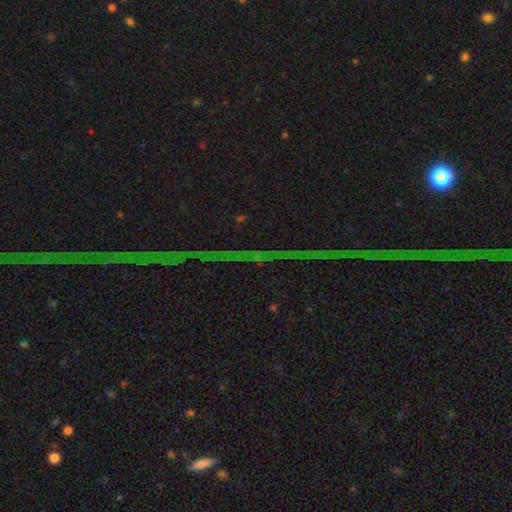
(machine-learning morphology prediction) Smooth or featured?
  - star or artifact: 83% *
  - featured or disk: 10%
  - smooth: 7%